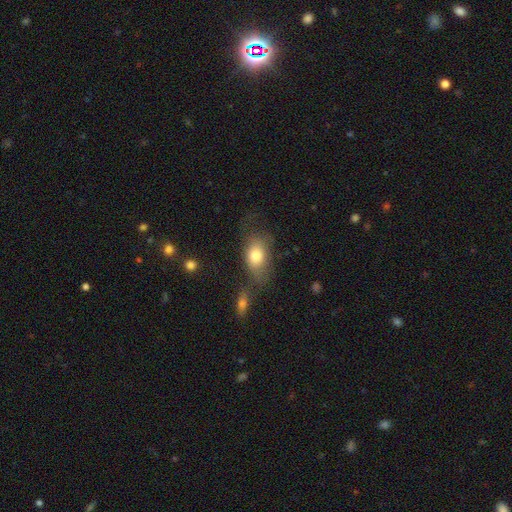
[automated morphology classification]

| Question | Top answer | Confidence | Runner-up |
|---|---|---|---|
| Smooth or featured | smooth | 78% | featured or disk (14%) |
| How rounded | in between | 83% | round (15%) |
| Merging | none | 44% | minor disturbance (24%) |